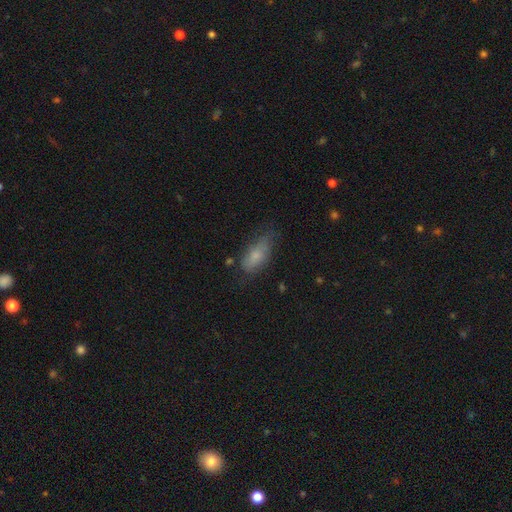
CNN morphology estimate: smooth 73%, featured or disk 19%, star or artifact 9%. Down the decision tree: how rounded — in between (81%); merging — none (55%).